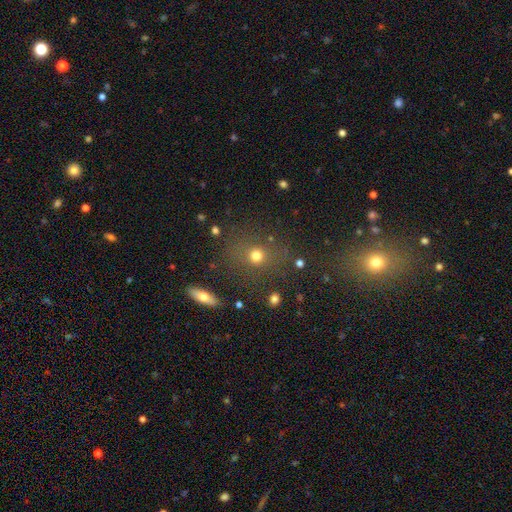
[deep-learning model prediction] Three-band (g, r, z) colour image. It shows a smooth galaxy with no disk features (71%) that is round (74%). Merging: none (75%).